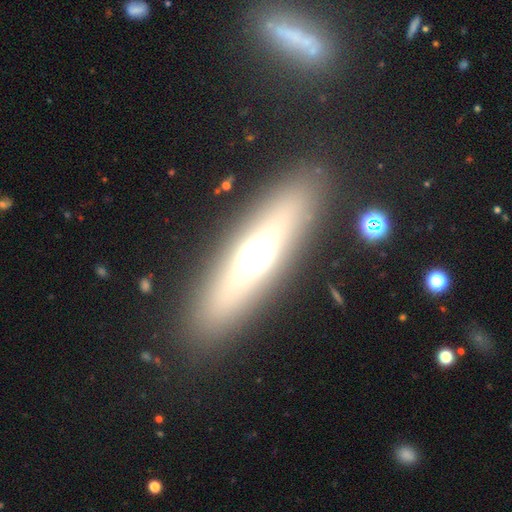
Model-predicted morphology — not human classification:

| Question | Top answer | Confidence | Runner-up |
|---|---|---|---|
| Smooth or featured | featured or disk | 47% | smooth (41%) |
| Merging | none | 86% | minor disturbance (8%) |